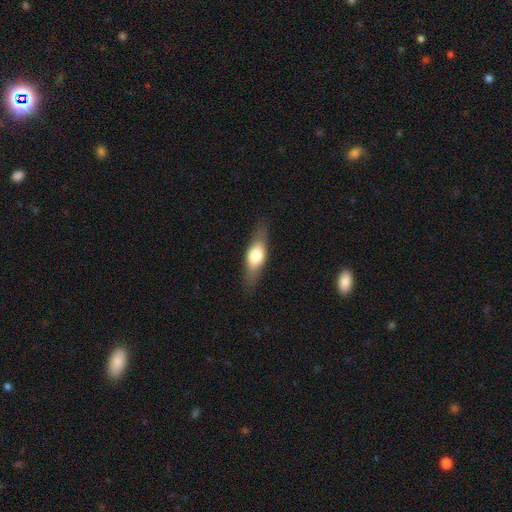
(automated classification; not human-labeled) Smooth or featured? Predicted: smooth (p=0.55). How rounded? Predicted: in between (p=0.59). Merging? Predicted: none (p=0.82).